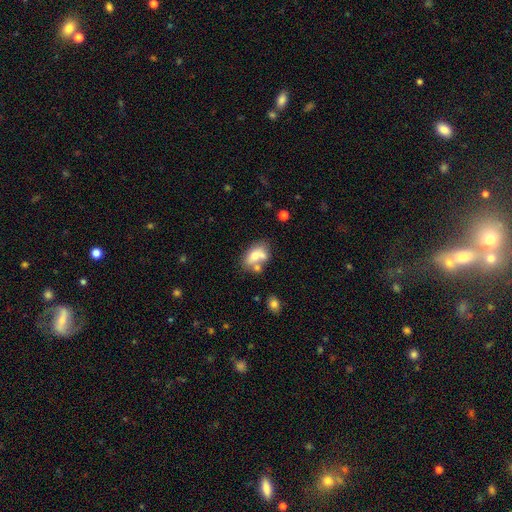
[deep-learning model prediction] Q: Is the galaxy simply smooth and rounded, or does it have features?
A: smooth — 63%.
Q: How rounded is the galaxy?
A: in between — 82%.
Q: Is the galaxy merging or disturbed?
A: merger — 39%.